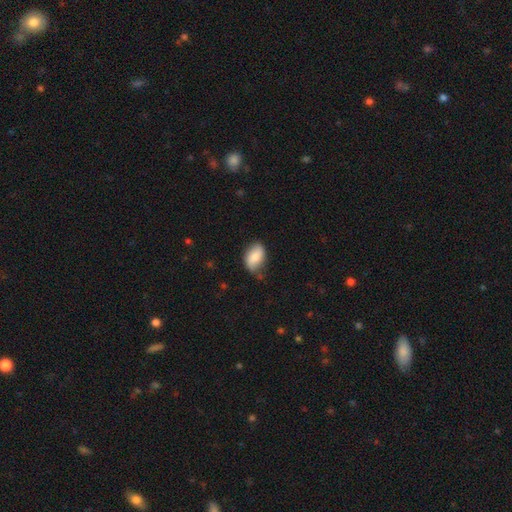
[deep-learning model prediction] Overall: smooth (78%). How rounded: in between (90%). Merging: none (57%; minor disturbance 33%).